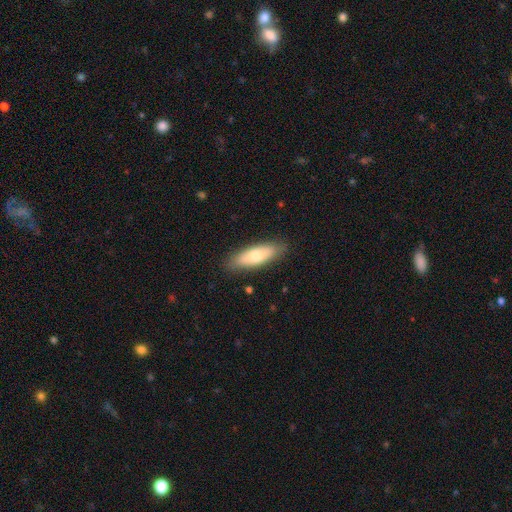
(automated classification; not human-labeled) The model was most divided on "how rounded": in between: 65%, cigar-shaped: 33%, round: 2%. More confident: merging — none (84%); smooth or featured — smooth (65%).